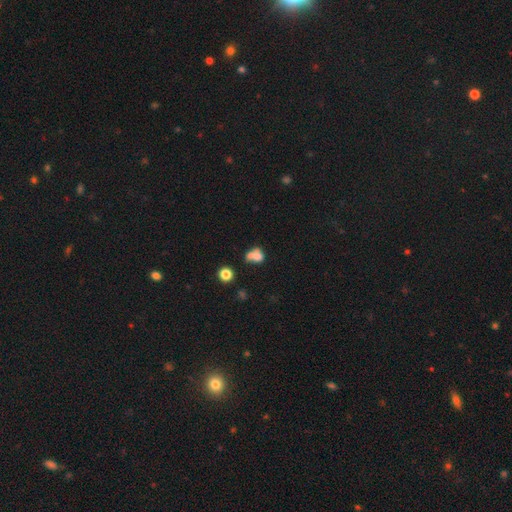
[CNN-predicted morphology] type=smooth (68%); roundness=in between (49%, tied with round); merging=merger (54%).